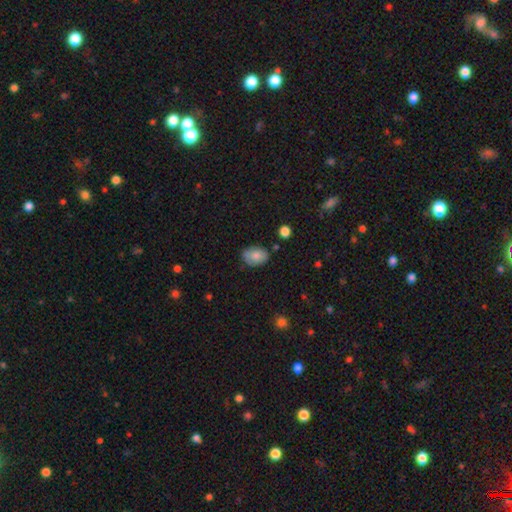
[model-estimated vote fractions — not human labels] This appears to be a smooth galaxy with no disk features (80%) that is in between round and cigar-shaped (80%). Merging: none (71%).